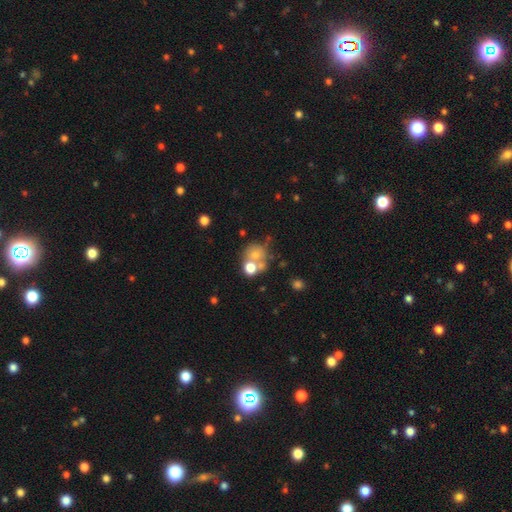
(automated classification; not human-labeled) This appears to be a smooth galaxy with no disk features (63%) that is round (76%). Merging: merger (45%).